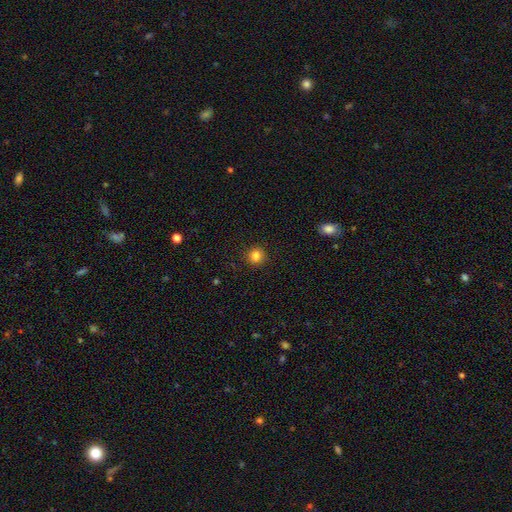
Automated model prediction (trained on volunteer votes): This appears to be a smooth galaxy with no disk features (84%) that is round (92%). Merging: none (91%).